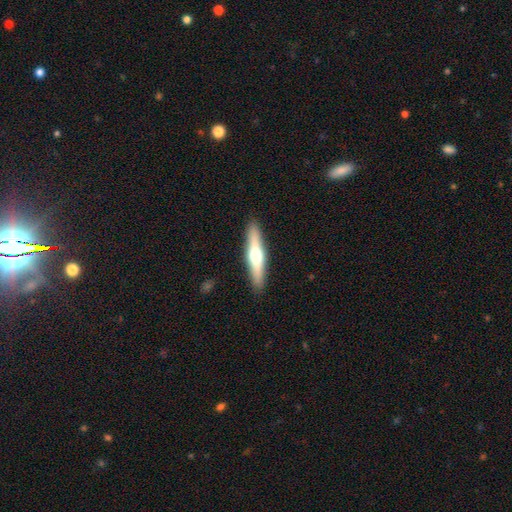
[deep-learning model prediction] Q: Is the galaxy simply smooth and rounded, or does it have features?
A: featured or disk — 54%.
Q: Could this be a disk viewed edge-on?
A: yes — 95%.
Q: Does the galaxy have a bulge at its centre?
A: rounded — 92%.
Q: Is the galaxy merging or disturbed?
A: none — 91%.